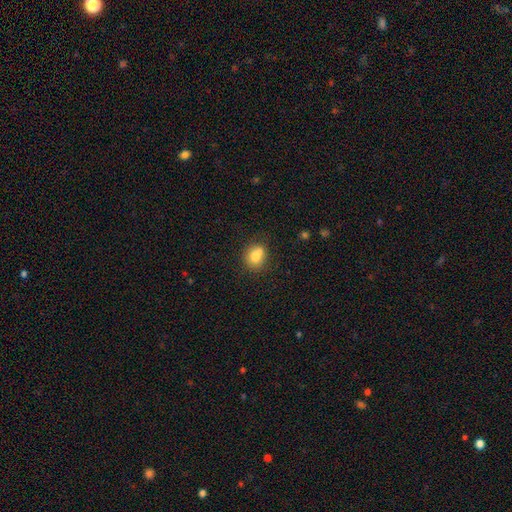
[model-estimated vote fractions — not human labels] A smooth galaxy with no disk features (75%) that is round (68%).

Vote fractions:
- Smooth or featured? smooth: 75% / featured or disk: 15% / star or artifact: 10%
- How rounded? round: 68% / in between: 31% / cigar-shaped: 1%
- Merging? none: 49% / merger: 33% / minor disturbance: 14% / major disturbance: 4%